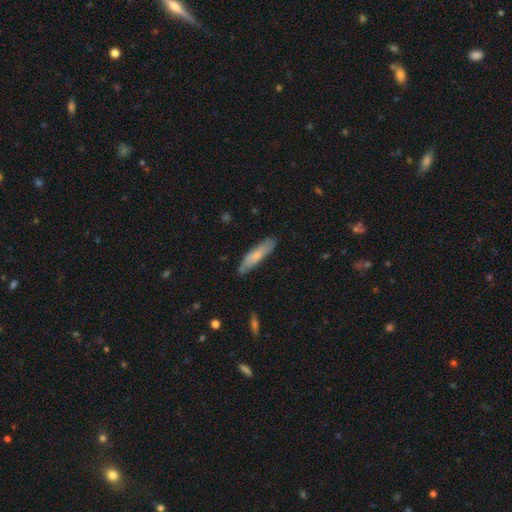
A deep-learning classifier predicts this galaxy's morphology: A smooth galaxy with no disk features (68%) that is cigar-shaped (77%).

Vote fractions:
- Smooth or featured? smooth: 68% / featured or disk: 27% / star or artifact: 6%
- How rounded? cigar-shaped: 77% / in between: 22% / round: 1%
- Merging? none: 77% / minor disturbance: 18% / major disturbance: 3% / merger: 2%